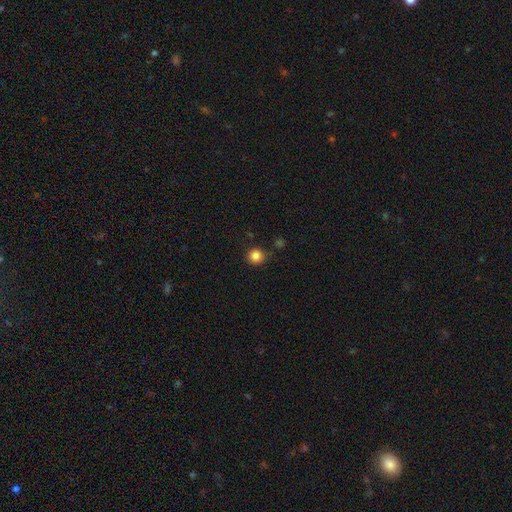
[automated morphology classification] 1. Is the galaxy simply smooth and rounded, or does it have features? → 85% smooth, 11% star or artifact, 4% featured or disk.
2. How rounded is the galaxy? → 93% round, 6% in between, 1% cigar-shaped.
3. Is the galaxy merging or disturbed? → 84% none, 10% minor disturbance, 3% merger, 3% major disturbance.